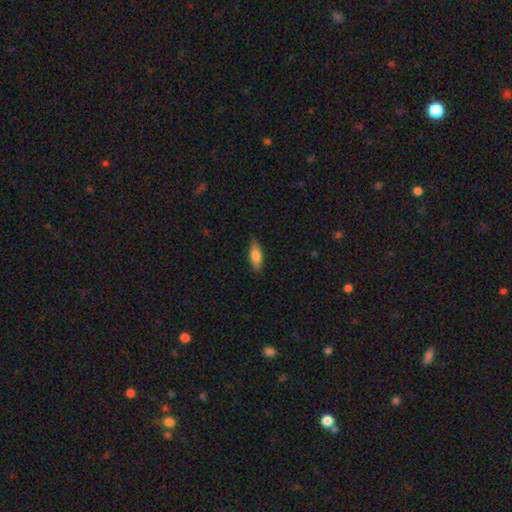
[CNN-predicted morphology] A smooth galaxy with no disk features (78%) that is in between round and cigar-shaped (70%).

Vote fractions:
- Smooth or featured? smooth: 78% / featured or disk: 16% / star or artifact: 6%
- How rounded? in between: 70% / cigar-shaped: 27% / round: 3%
- Merging? none: 83% / minor disturbance: 14% / major disturbance: 3% / merger: 1%